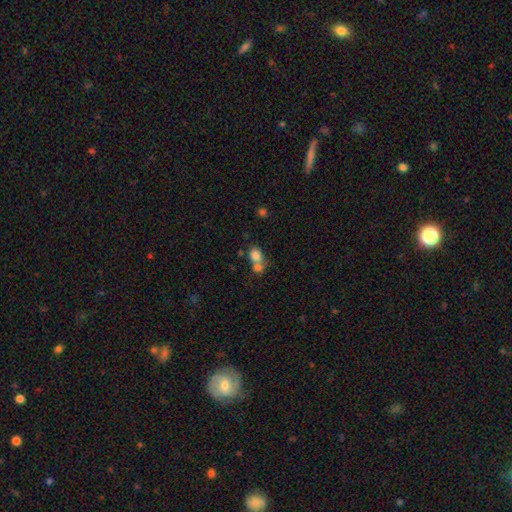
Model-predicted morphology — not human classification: smooth-or-featured: smooth: 78% | featured or disk: 11% | star or artifact: 10%
  how-rounded: round: 54% | in between: 44% | cigar-shaped: 1%
  merging: merger: 59% | none: 29% | minor disturbance: 7% | major disturbance: 4%